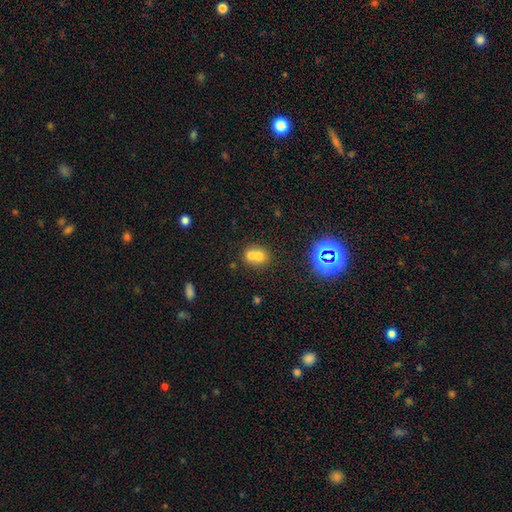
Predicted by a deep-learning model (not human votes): A smooth galaxy with no disk features (63%) that is round (69%). Merging: merger (65%).